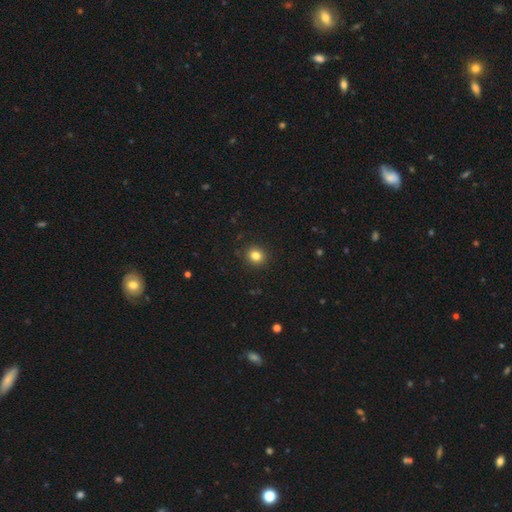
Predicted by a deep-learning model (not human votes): This is clearly a smooth galaxy (82%). How rounded: clearly round (86%). Merging: clearly none (91%).